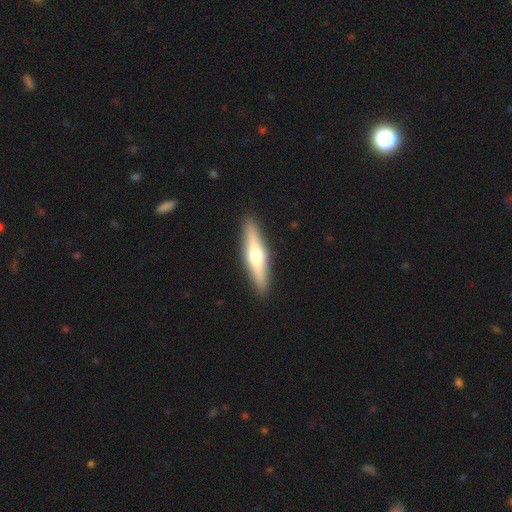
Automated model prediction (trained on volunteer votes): Smooth or featured? featured or disk (51%)
Edge-on disk? yes (93%)
Merging? none (91%)